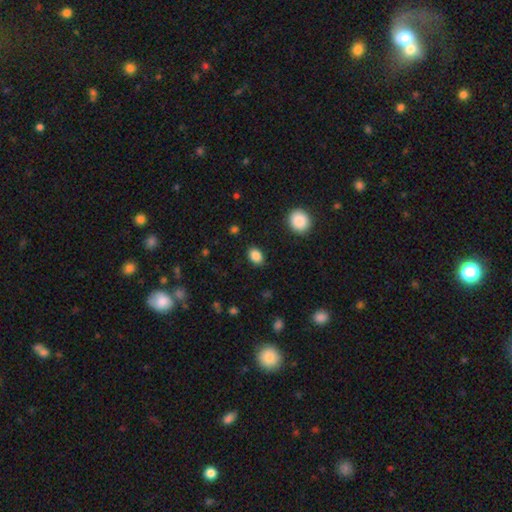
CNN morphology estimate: smooth_or_featured: smooth (p=0.86) [alt: star or artifact p=0.09]
how_rounded: in between (p=0.75) [alt: round p=0.23]
merging: none (p=0.88) [alt: minor disturbance p=0.08]